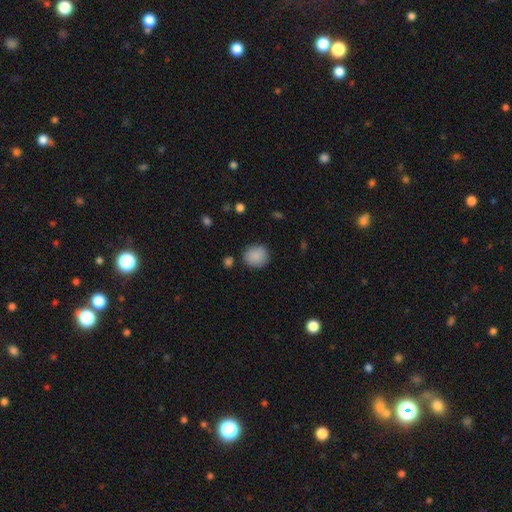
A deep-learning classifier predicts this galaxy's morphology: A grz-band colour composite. It shows a smooth galaxy with no disk features (88%) that is round (80%). Merging: none (84%).